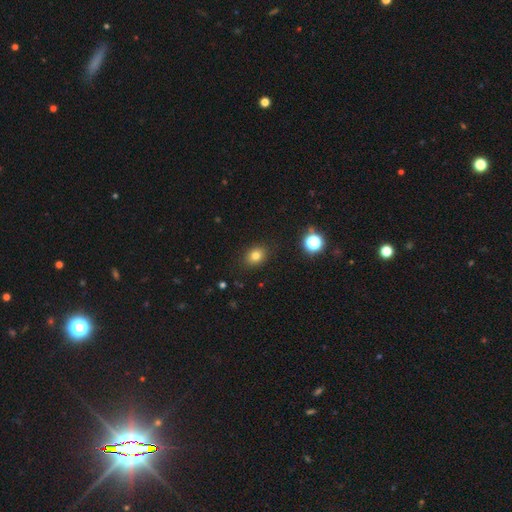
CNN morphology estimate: Q: Smooth or featured?
A: smooth (79%); runner-up: star or artifact (14%)
Q: How rounded?
A: round (52%); runner-up: in between (47%)
Q: Merging?
A: none (88%); runner-up: minor disturbance (8%)